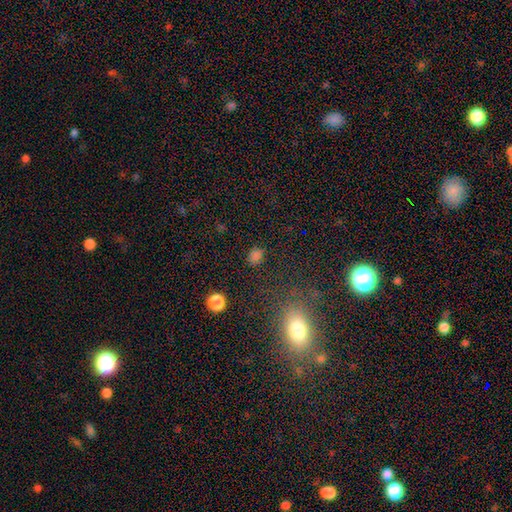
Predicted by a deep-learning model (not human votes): A smooth galaxy with no disk features (74%) that is in between round and cigar-shaped (50%).

Vote fractions:
- Smooth or featured? smooth: 74% / star or artifact: 21% / featured or disk: 5%
- How rounded? in between: 50% / round: 49% / cigar-shaped: 2%
- Merging? none: 84% / minor disturbance: 10% / major disturbance: 4% / merger: 2%